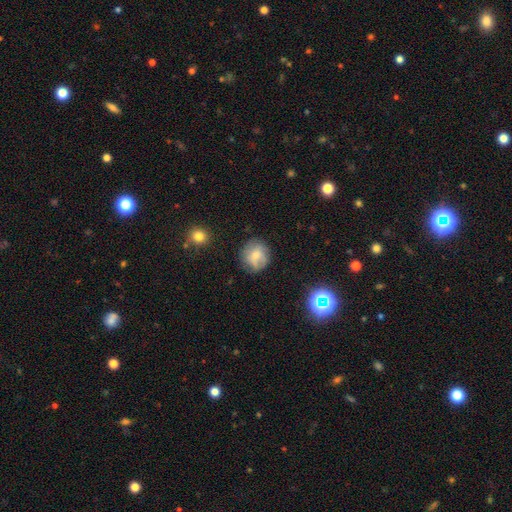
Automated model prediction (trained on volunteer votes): Smooth or featured? smooth (66%)
How rounded? round (85%)
Merging? none (74%)